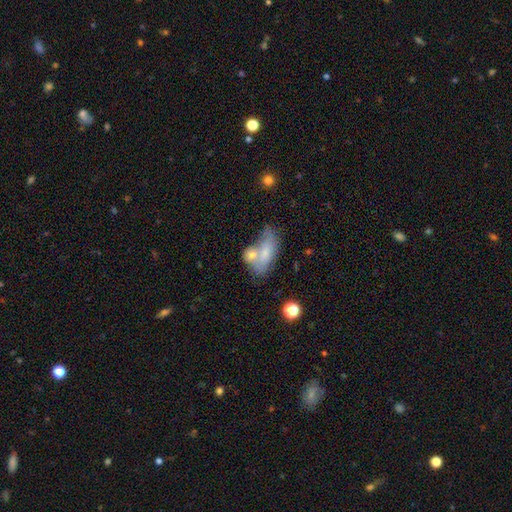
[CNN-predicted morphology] The model was most divided on "merging": merger: 54%, none: 25%, minor disturbance: 13%, major disturbance: 9%. More confident: how rounded — in between (79%); smooth or featured — smooth (65%).